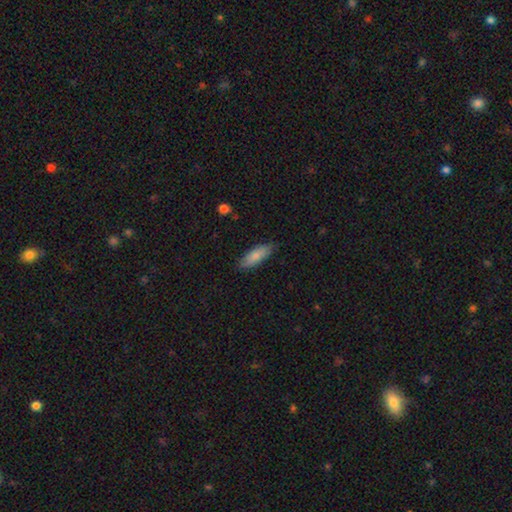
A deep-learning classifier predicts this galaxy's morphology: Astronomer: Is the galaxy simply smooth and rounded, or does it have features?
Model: smooth — 81%.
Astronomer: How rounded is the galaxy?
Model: in between — 67%.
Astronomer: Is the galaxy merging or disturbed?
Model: none — 81%.